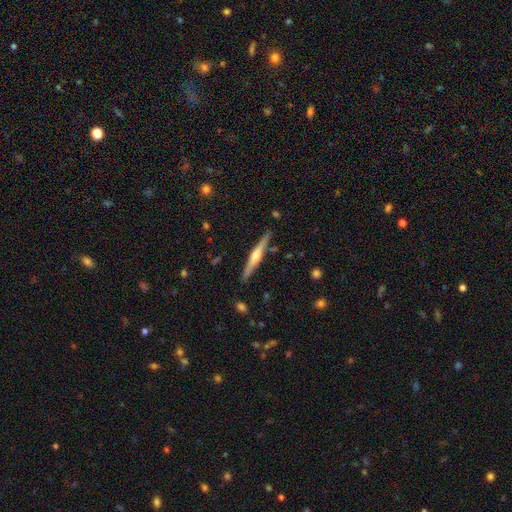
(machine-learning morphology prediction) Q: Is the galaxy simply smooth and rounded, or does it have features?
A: featured or disk — 71%.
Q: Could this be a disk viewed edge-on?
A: yes — 98%.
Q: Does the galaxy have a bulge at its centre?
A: rounded — 88%.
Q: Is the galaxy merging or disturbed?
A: none — 89%.